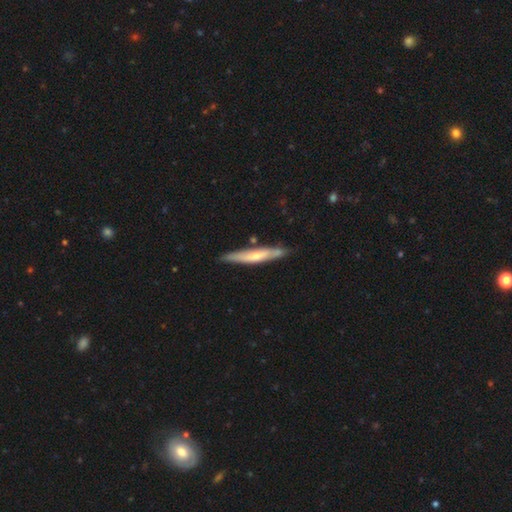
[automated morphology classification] featured or disk 49%, smooth 46%, star or artifact 5%. Down the decision tree: merging — none (79%).